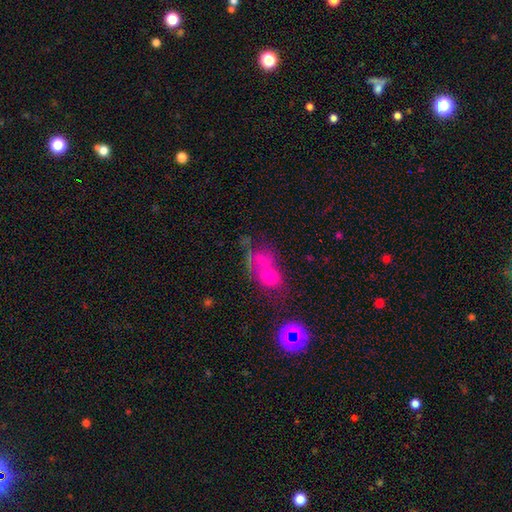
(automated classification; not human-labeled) smooth-or-featured: smooth: 50% | star or artifact: 25% | featured or disk: 24%
  how-rounded: round: 50% | in between: 48% | cigar-shaped: 3%
  merging: merger: 50% | none: 27% | major disturbance: 12% | minor disturbance: 11%